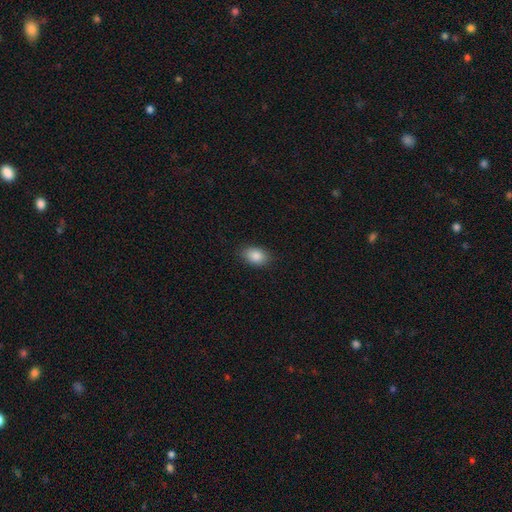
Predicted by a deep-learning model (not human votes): A smooth galaxy with no disk features (87%) that is in between round and cigar-shaped (84%). Merging: none (86%).